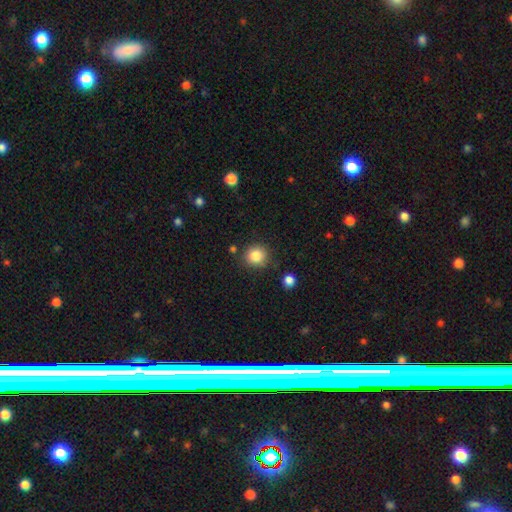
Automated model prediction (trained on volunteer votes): Smooth or featured? smooth (85%)
How rounded? round (87%)
Merging? none (84%)